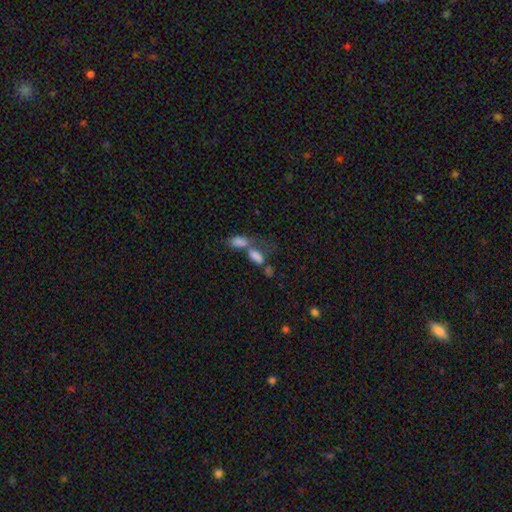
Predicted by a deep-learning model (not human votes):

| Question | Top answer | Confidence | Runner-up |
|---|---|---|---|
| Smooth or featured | smooth | 76% | featured or disk (13%) |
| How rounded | in between | 82% | cigar-shaped (13%) |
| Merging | merger | 66% | none (19%) |